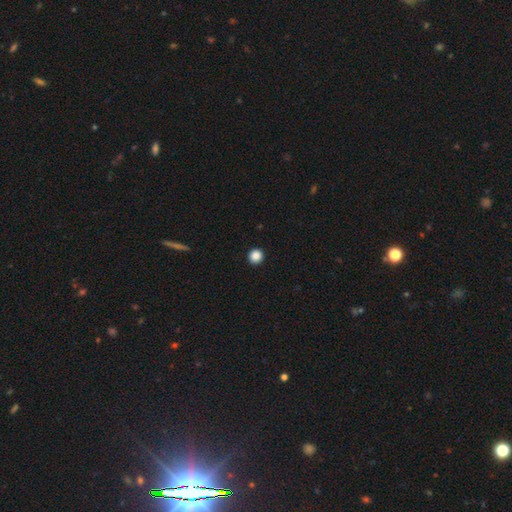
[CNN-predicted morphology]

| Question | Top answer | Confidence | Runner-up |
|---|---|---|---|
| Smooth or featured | smooth | 88% | star or artifact (10%) |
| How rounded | round | 95% | in between (4%) |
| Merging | none | 94% | minor disturbance (4%) |